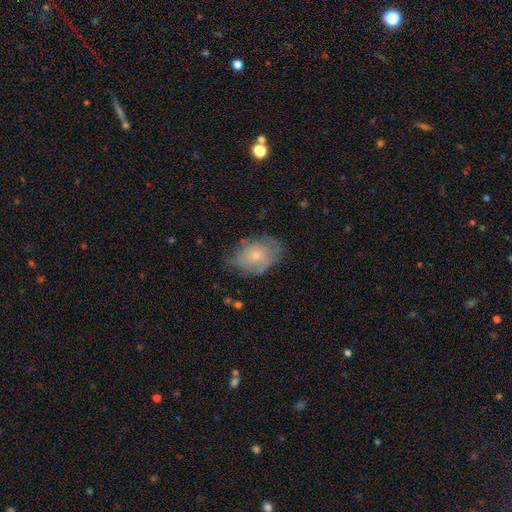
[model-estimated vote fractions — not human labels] This appears to be a smooth galaxy with no disk features (56%) that is in between round and cigar-shaped (76%). Merging: none (55%).